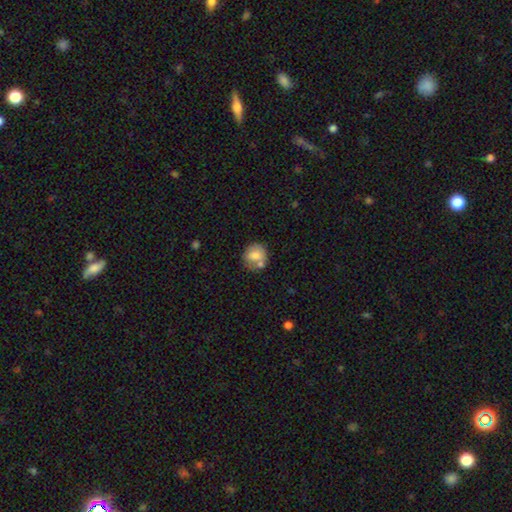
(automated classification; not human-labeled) Smooth or featured? smooth (73%)
How rounded? round (78%)
Merging? none (54%)